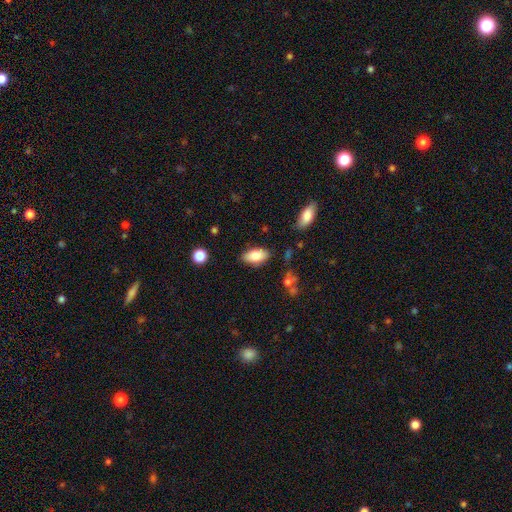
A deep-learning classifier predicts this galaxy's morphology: Smooth or featured: smooth — 83% (featured or disk — 10%)
How rounded: in between — 92% (cigar-shaped — 5%)
Merging: none — 83% (minor disturbance — 12%)